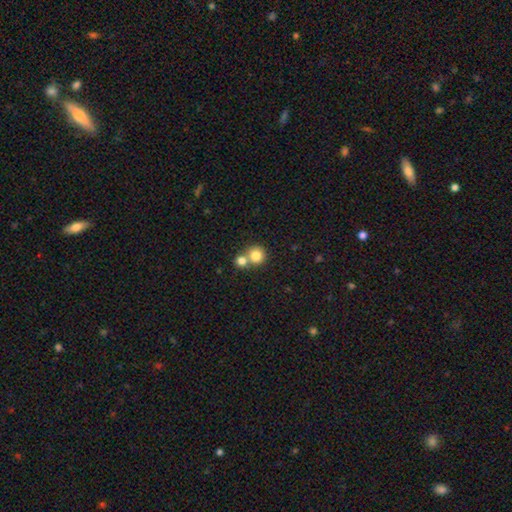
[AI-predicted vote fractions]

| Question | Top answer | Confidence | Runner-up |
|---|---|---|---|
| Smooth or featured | smooth | 81% | star or artifact (10%) |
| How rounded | round | 91% | in between (8%) |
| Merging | none | 48% | merger (44%) |